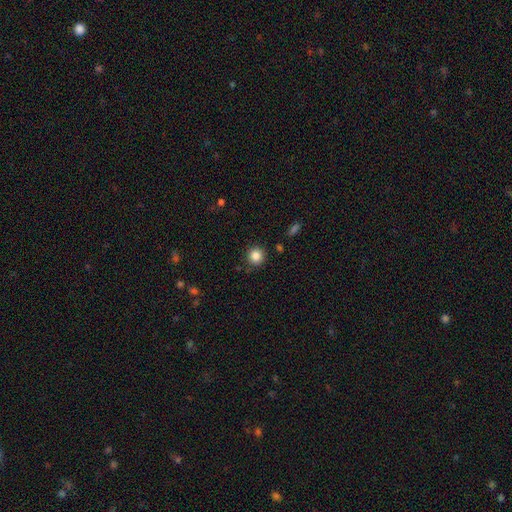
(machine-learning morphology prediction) A smooth galaxy with no disk features (86%) that is round (92%). Merging: none (88%).